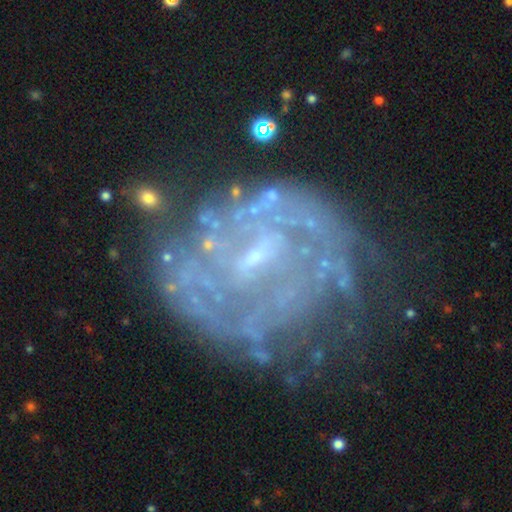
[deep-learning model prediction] Q: Smooth or featured?
A: featured or disk (79%); runner-up: smooth (12%)
Q: Edge-on disk?
A: no (98%); runner-up: yes (2%)
Q: Bar?
A: weak (50%); runner-up: no (34%)
Q: Spiral arms?
A: yes (61%); runner-up: no (39%)
Q: Bulge size?
A: small (64%); runner-up: none (21%)
Q: Merging?
A: none (58%); runner-up: minor disturbance (21%)